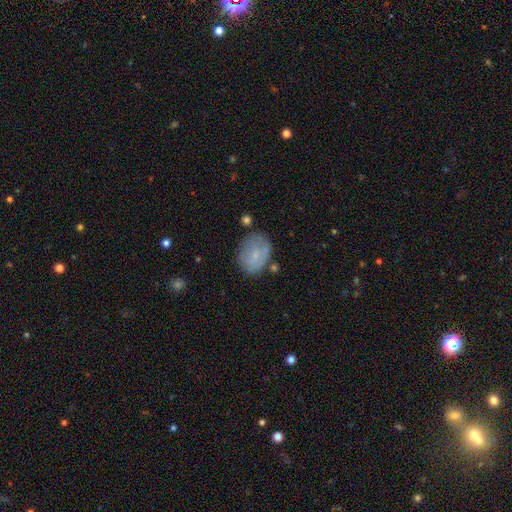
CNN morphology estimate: smooth_or_featured: smooth (p=0.71) [alt: featured or disk p=0.21]
how_rounded: in between (p=0.66) [alt: round p=0.33]
merging: none (p=0.65) [alt: minor disturbance p=0.24]